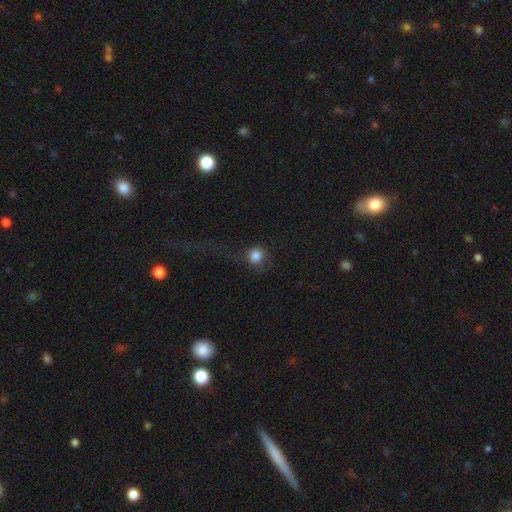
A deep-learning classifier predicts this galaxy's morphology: A smooth galaxy with no disk features (82%) that is round (92%). Merging: none (60%).